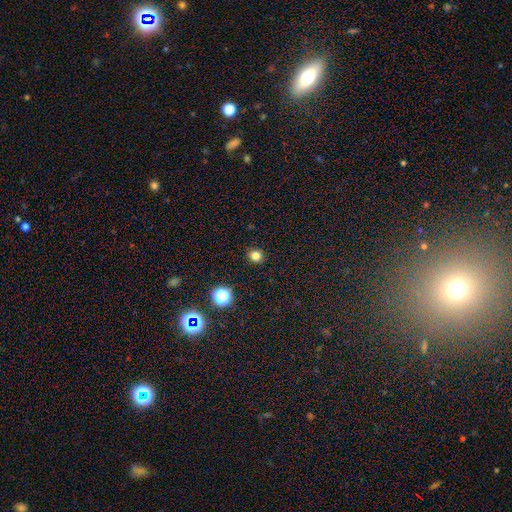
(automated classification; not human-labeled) Morphology: type=smooth (80%); roundness=round (82%); merging=none (90%).